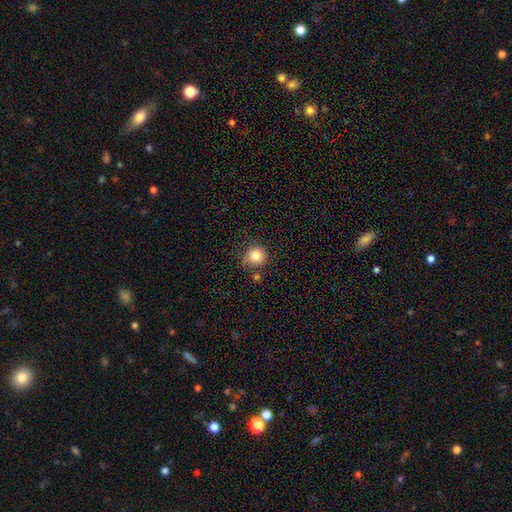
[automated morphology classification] smooth 84%, star or artifact 10%, featured or disk 6%. Down the decision tree: how rounded — round (92%); merging — none (77%).